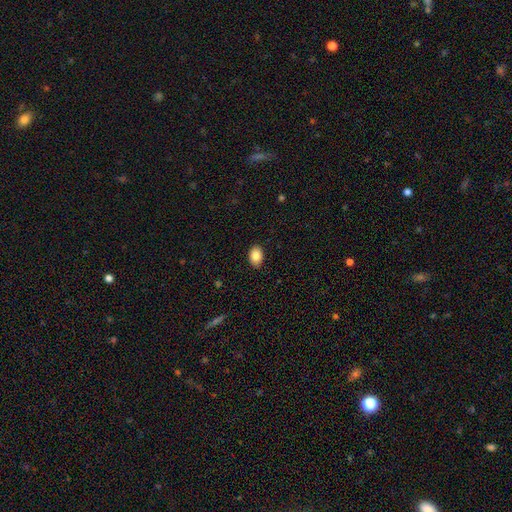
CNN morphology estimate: Smooth or featured?
  - smooth: 86% *
  - star or artifact: 8%
  - featured or disk: 6%
How rounded?
  - in between: 85% *
  - round: 14%
  - cigar-shaped: 1%
Merging?
  - none: 88% *
  - minor disturbance: 10%
  - major disturbance: 2%
  - merger: 1%